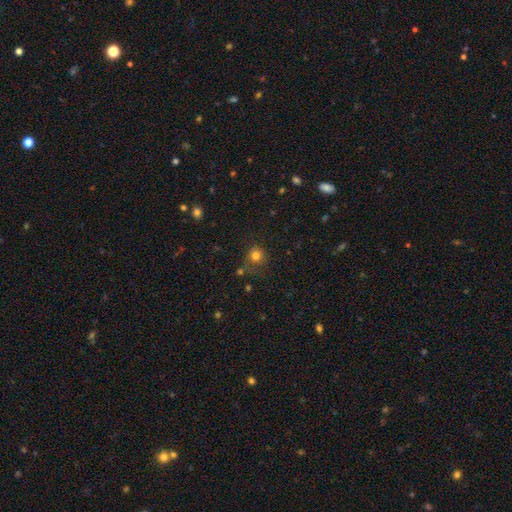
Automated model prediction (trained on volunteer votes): Smooth or featured?
  - smooth: 79% *
  - star or artifact: 14%
  - featured or disk: 7%
How rounded?
  - round: 87% *
  - in between: 12%
  - cigar-shaped: 1%
Merging?
  - none: 62% *
  - minor disturbance: 19%
  - major disturbance: 10%
  - merger: 9%